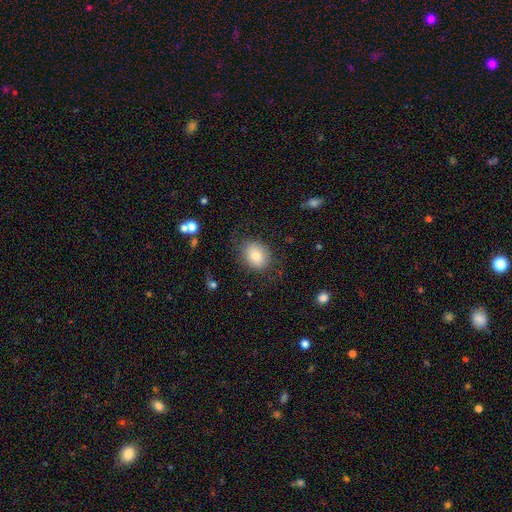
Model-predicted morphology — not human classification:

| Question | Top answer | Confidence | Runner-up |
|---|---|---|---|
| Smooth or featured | smooth | 75% | featured or disk (16%) |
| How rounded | in between | 50% | round (49%) |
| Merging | none | 69% | minor disturbance (18%) |